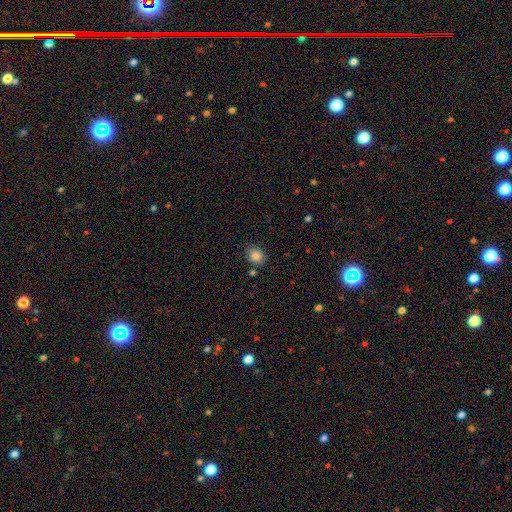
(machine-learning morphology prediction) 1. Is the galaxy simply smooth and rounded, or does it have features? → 84% smooth, 10% star or artifact, 6% featured or disk.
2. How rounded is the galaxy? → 57% round, 42% in between, 1% cigar-shaped.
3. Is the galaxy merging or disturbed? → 78% none, 14% minor disturbance, 4% merger, 3% major disturbance.